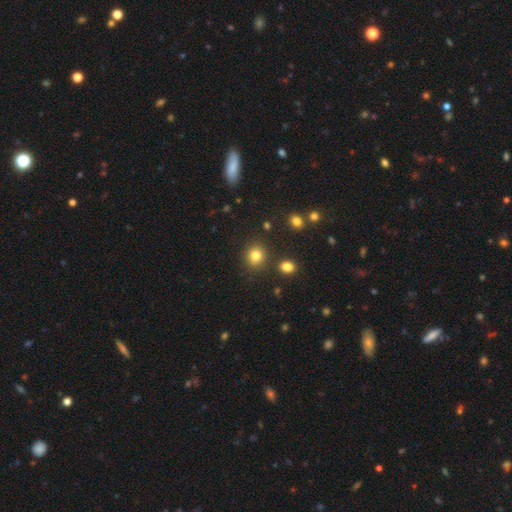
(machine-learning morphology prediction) This is clearly a smooth galaxy (81%). How rounded: likely round (80%). Merging: clearly none (85%).